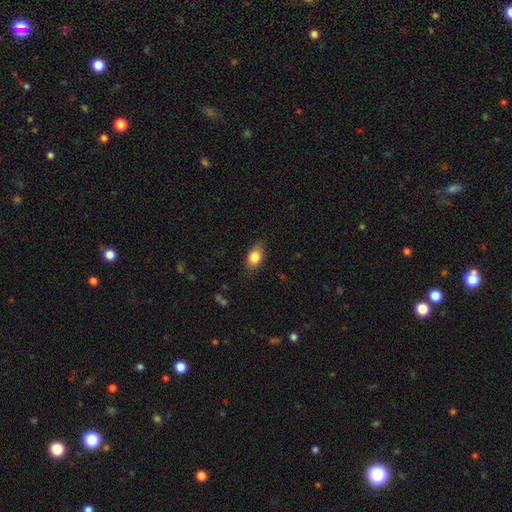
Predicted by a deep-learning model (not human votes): A smooth galaxy with no disk features (83%) that is in between round and cigar-shaped (82%).

Vote fractions:
- Smooth or featured? smooth: 83% / featured or disk: 9% / star or artifact: 8%
- How rounded? in between: 82% / round: 15% / cigar-shaped: 3%
- Merging? none: 81% / minor disturbance: 15% / major disturbance: 3% / merger: 1%